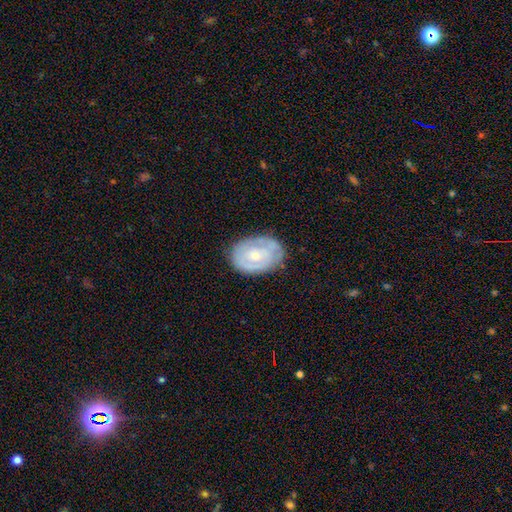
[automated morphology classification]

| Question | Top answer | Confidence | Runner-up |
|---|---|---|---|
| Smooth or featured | featured or disk | 65% | smooth (29%) |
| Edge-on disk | no | 96% | yes (4%) |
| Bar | no | 74% | weak (22%) |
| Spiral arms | yes | 64% | no (36%) |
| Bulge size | small | 59% | moderate (37%) |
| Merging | none | 75% | minor disturbance (19%) |